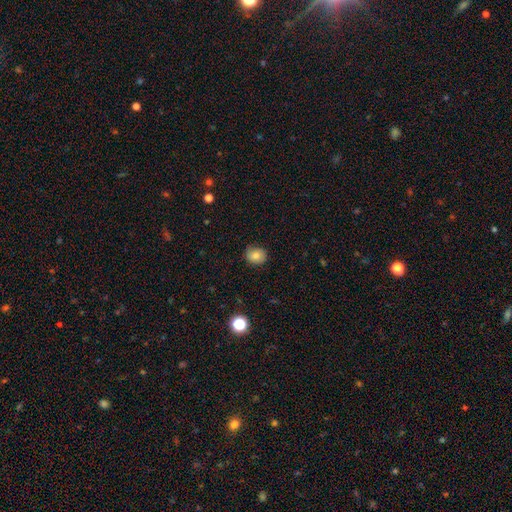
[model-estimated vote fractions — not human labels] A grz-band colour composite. It shows a smooth galaxy with no disk features (79%) that is round (72%). Merging: none (83%).